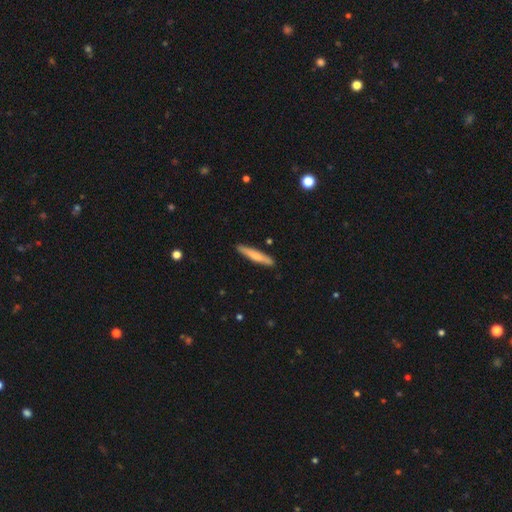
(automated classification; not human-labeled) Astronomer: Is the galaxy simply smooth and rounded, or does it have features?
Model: smooth — 70%.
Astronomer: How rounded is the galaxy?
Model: cigar-shaped — 92%.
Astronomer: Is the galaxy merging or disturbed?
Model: none — 88%.